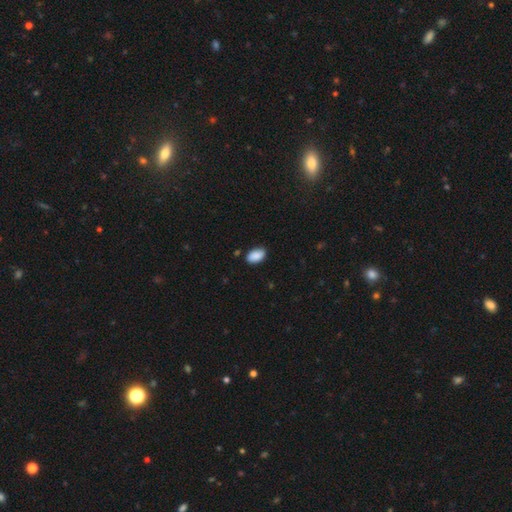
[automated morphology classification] Smooth or featured?
  - smooth: 89% *
  - star or artifact: 7%
  - featured or disk: 4%
How rounded?
  - in between: 93% *
  - round: 6%
  - cigar-shaped: 1%
Merging?
  - none: 83% *
  - minor disturbance: 13%
  - major disturbance: 2%
  - merger: 1%